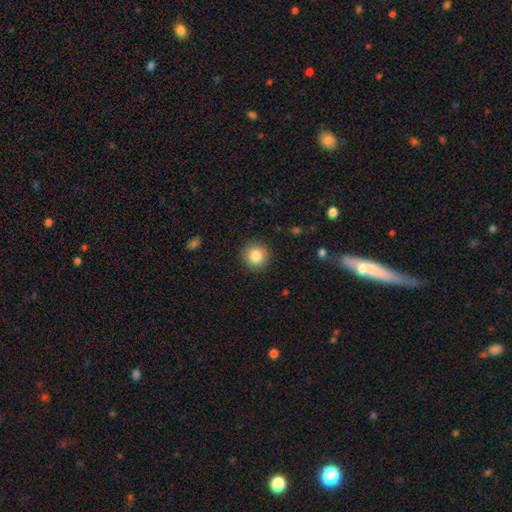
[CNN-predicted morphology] Smooth or featured? smooth (85%)
How rounded? round (94%)
Merging? none (90%)